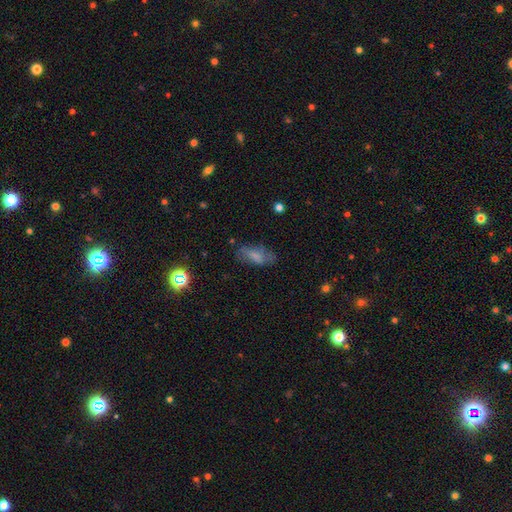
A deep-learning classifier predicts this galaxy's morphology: A smooth galaxy with no disk features (66%) that is in between round and cigar-shaped (81%). Merging: none (63%).